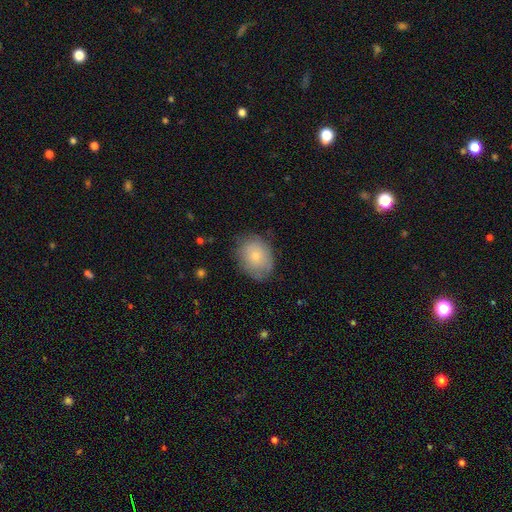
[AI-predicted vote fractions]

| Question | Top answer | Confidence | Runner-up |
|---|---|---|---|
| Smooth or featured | smooth | 72% | featured or disk (20%) |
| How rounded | in between | 60% | round (39%) |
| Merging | none | 73% | minor disturbance (21%) |